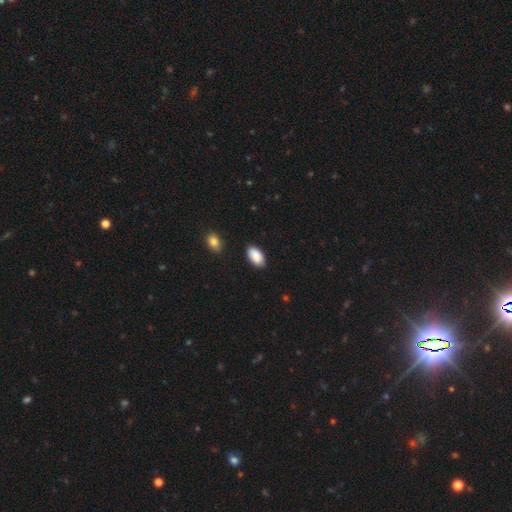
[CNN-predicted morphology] Smooth or featured: smooth — 90% (star or artifact — 6%)
How rounded: in between — 95% (round — 3%)
Merging: none — 85% (minor disturbance — 11%)